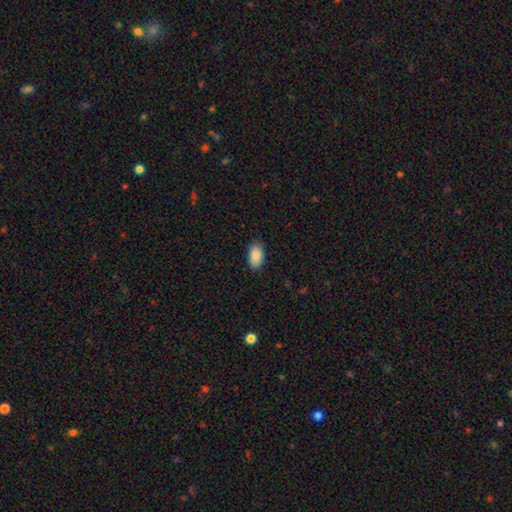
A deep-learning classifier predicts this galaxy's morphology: smooth 90%, star or artifact 7%, featured or disk 4%. Down the decision tree: how rounded — in between (95%); merging — none (87%).